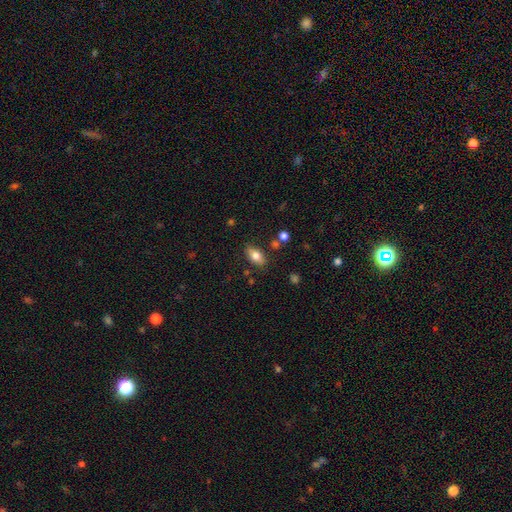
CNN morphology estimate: A smooth galaxy with no disk features (76%) that is in between round and cigar-shaped (87%). Merging: none (81%).